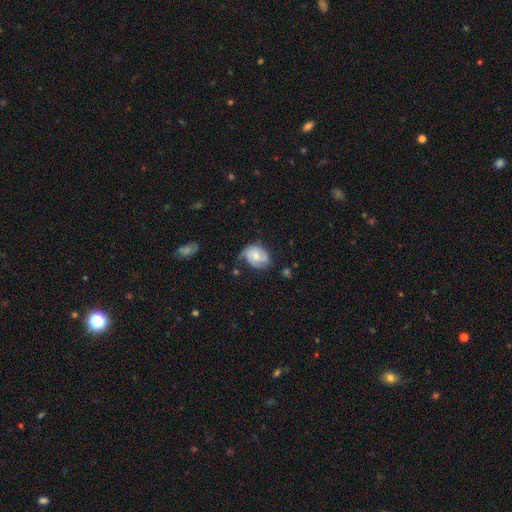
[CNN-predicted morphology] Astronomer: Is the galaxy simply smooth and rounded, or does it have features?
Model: featured or disk — 57% (runner-up: smooth, 36%).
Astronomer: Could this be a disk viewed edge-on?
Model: no — 97%.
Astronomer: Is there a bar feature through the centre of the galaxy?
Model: no — 63%.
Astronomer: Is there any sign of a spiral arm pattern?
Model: yes — 86%.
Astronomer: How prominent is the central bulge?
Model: moderate — 56% (runner-up: small, 32%).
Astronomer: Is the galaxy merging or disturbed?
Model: none — 49% (runner-up: minor disturbance, 33%).